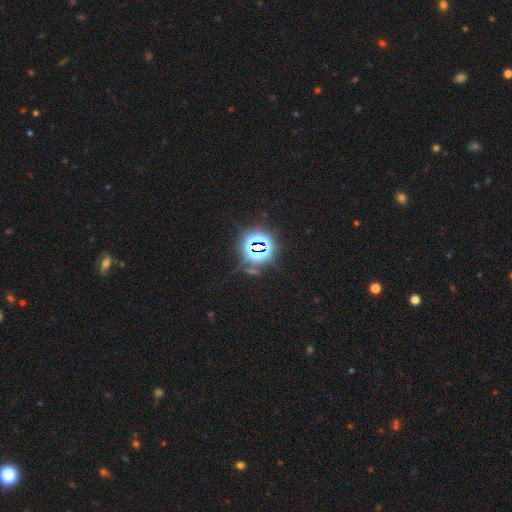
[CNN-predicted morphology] type=star or artifact (82%).